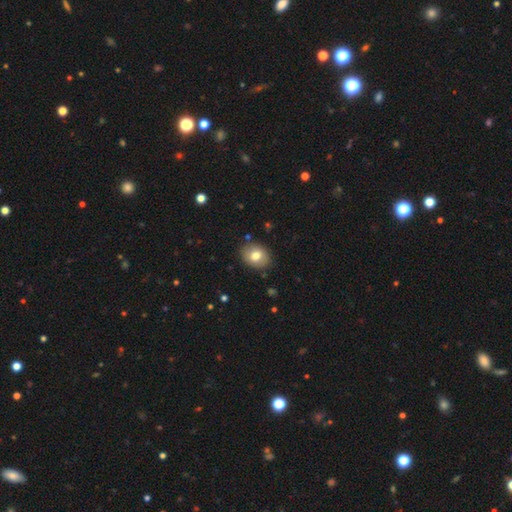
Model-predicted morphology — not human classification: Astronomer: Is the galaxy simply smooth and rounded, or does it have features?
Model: smooth — 76%.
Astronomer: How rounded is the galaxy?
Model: in between — 56% (runner-up: round, 43%).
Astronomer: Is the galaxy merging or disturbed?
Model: none — 86%.